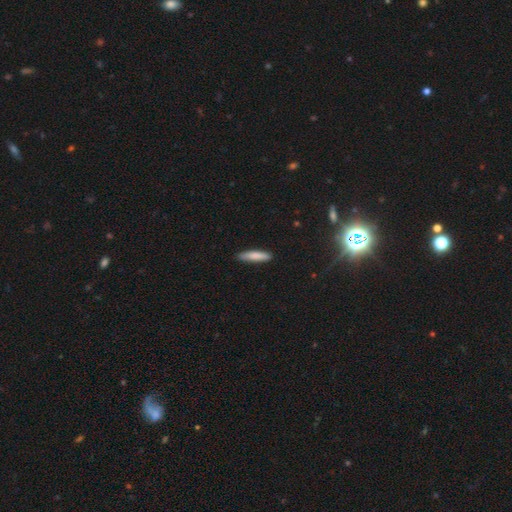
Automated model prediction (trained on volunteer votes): Morphology: type=smooth (83%); roundness=cigar-shaped (82%); merging=none (86%).